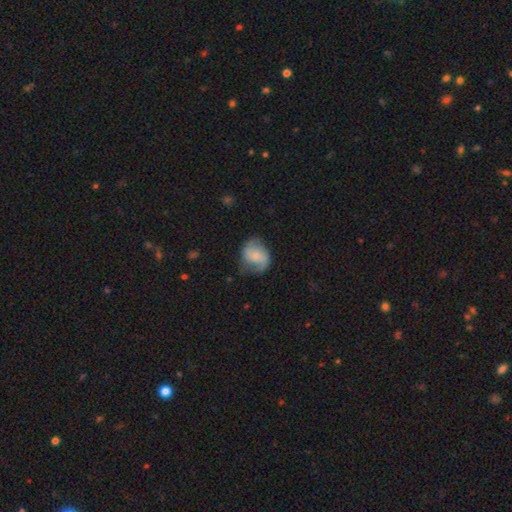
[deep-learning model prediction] This appears to be a featured or disk galaxy (51%). Merging: none (61%).